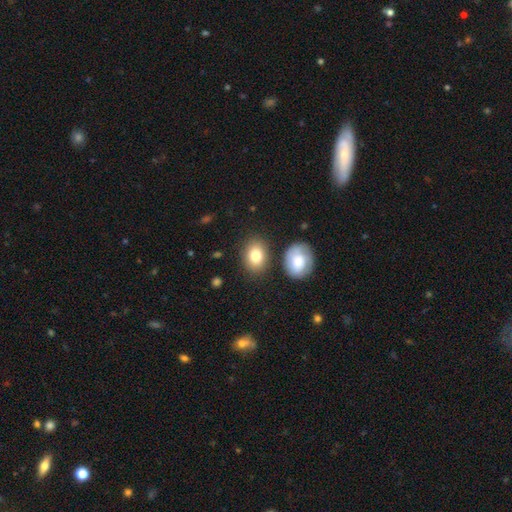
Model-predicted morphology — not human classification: smooth 81%, featured or disk 11%, star or artifact 8%. Down the decision tree: how rounded — in between (69%); merging — none (79%).